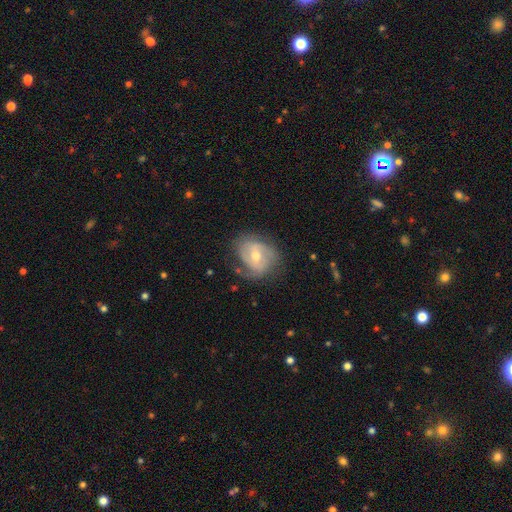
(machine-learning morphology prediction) A featured or disk galaxy (68%) with a weak bar (45%), 2 (54%) tight (40%, tied with medium) spiral arms (79%) and a moderate central bulge (58%).

Vote fractions:
- Smooth or featured? featured or disk: 68% / smooth: 25% / star or artifact: 7%
- Edge-on disk? no: 96% / yes: 4%
- Bar? weak: 45% / no: 38% / strong: 18%
- Spiral arms? yes: 79% / no: 21%
- Spiral winding? tight: 40% (tied) / medium: 40% (tied) / loose: 20%
- Spiral arm count? 2: 54% / can't tell: 24% / 3: 10% / 1: 8% / 4: 2% / more than 4: 2%
- Bulge size? moderate: 58% / small: 39% / large: 2% / none: 1% / dominant: 1%
- Merging? none: 59% / minor disturbance: 26% / major disturbance: 13% / merger: 2%